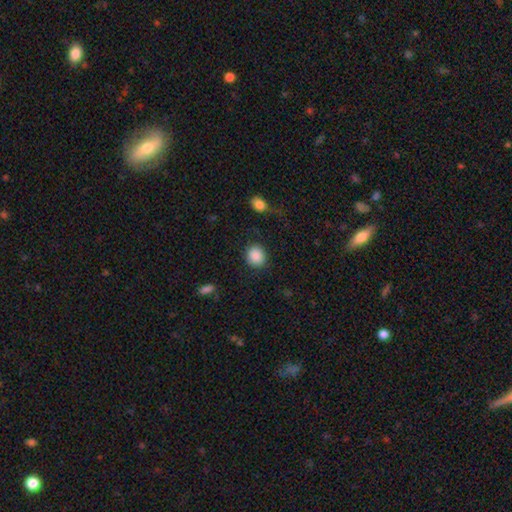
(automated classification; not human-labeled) The model was most divided on "how rounded": round: 75%, in between: 24%, cigar-shaped: 1%. More confident: smooth or featured — smooth (88%); merging — none (83%).